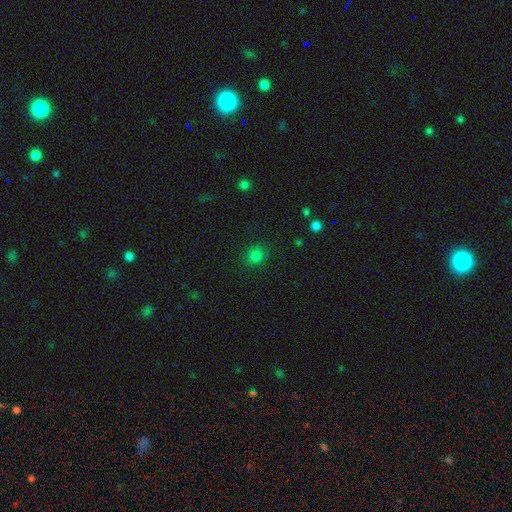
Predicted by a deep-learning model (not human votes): Overall: smooth (81%). How rounded: round (83%). Merging: none (87%).